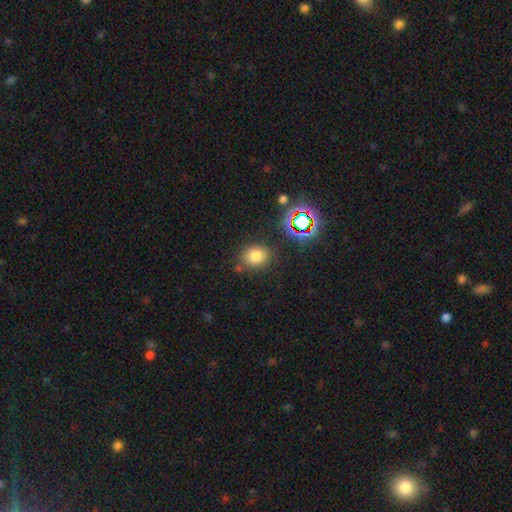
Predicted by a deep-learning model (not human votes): The model was most divided on "how rounded": round: 57%, in between: 41%, cigar-shaped: 1%. More confident: merging — none (78%); smooth or featured — smooth (75%).